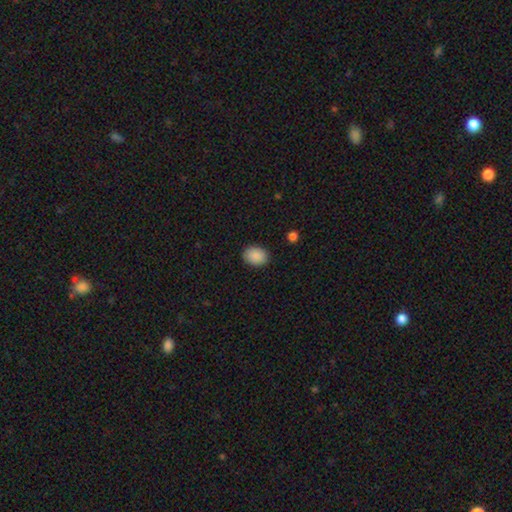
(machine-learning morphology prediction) Q: Smooth or featured?
A: smooth (89%); runner-up: star or artifact (8%)
Q: How rounded?
A: in between (62%); runner-up: round (37%)
Q: Merging?
A: none (88%); runner-up: minor disturbance (9%)